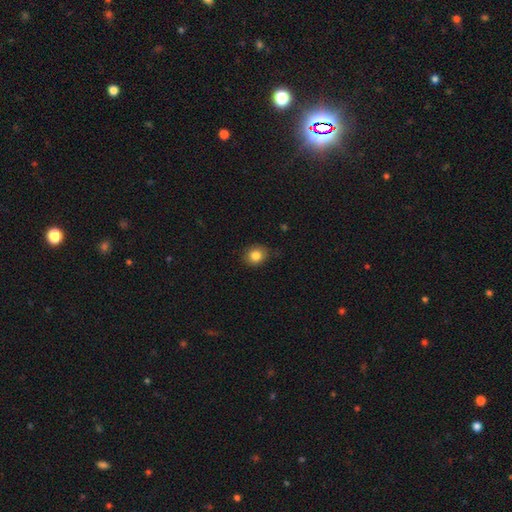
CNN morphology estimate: This appears to be a smooth galaxy with no disk features (83%) that is round (70%). Merging: none (82%).